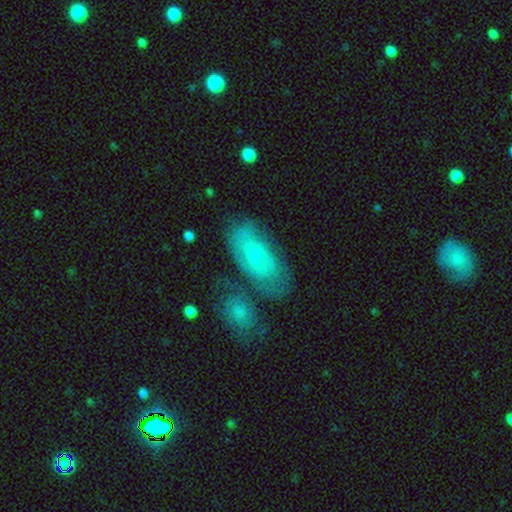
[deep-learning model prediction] Q: Smooth or featured?
A: smooth (48%); runner-up: featured or disk (45%)
Q: Merging?
A: none (52%); runner-up: minor disturbance (21%)